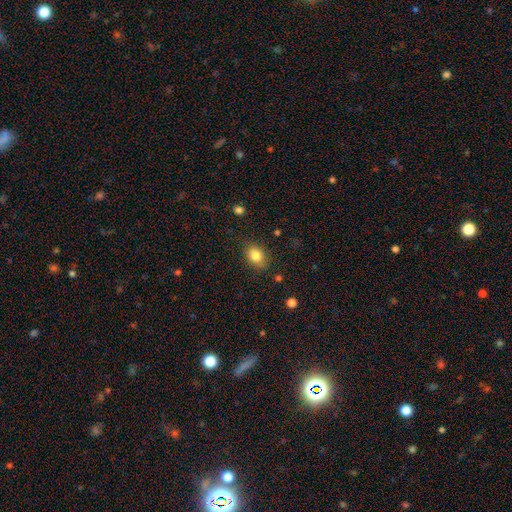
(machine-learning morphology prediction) A smooth galaxy with no disk features (82%) that is in between round and cigar-shaped (64%). Merging: none (83%).